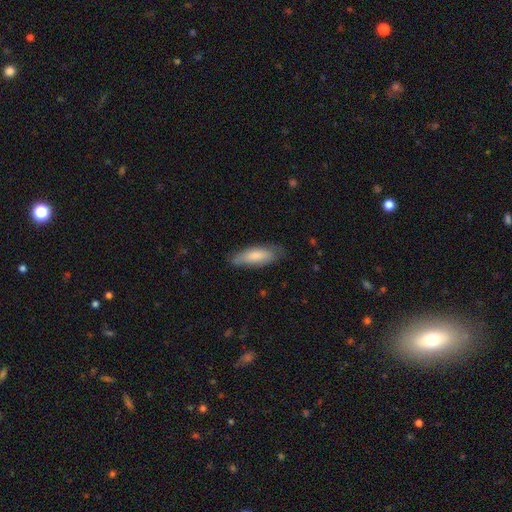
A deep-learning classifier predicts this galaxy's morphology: smooth_or_featured: smooth (p=0.80) [alt: featured or disk p=0.14]
how_rounded: in between (p=0.56) [alt: cigar-shaped p=0.43]
merging: none (p=0.73) [alt: minor disturbance p=0.21]